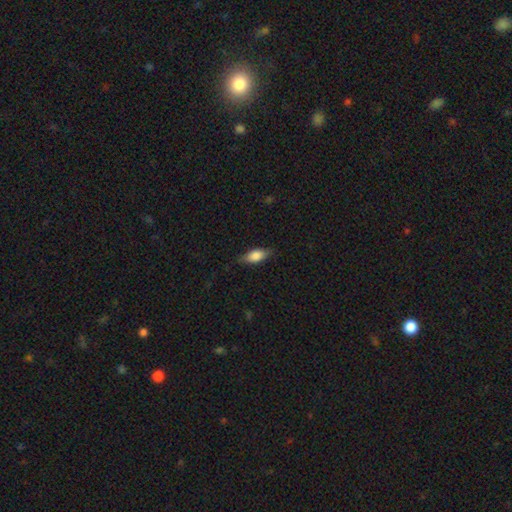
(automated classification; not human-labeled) Morphology: type=smooth (77%); roundness=in between (80%); merging=none (81%).